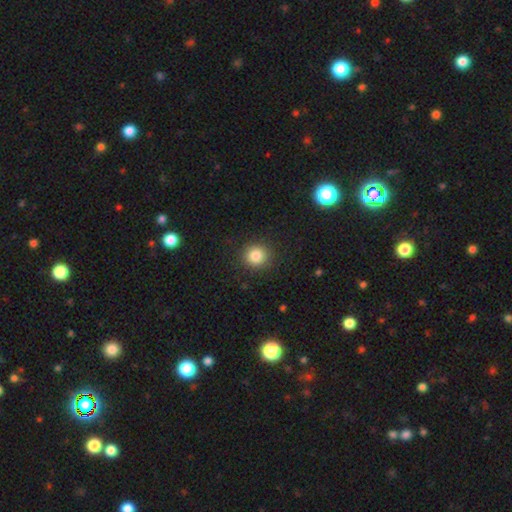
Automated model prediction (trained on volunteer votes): The model was most divided on "smooth or featured": smooth: 84%, star or artifact: 11%, featured or disk: 5%. More confident: how rounded — round (90%); merging — none (89%).